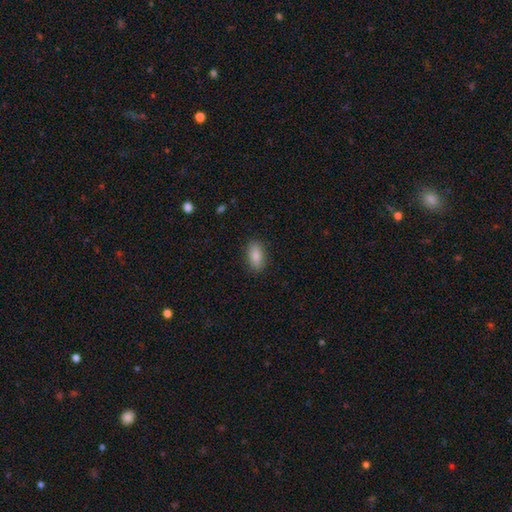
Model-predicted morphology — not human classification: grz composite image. It shows a smooth galaxy with no disk features (88%) that is in between round and cigar-shaped (91%). Merging: none (88%).